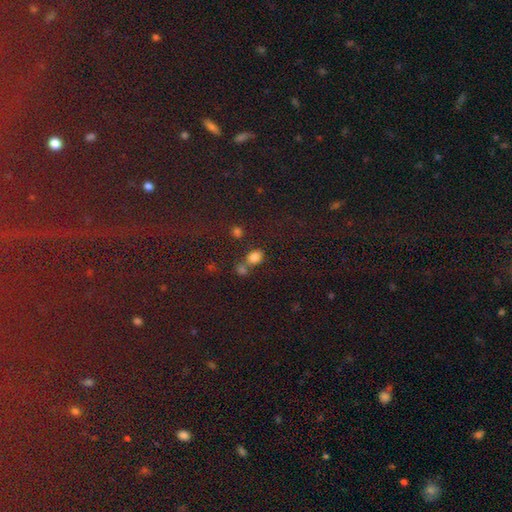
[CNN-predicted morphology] Q: Smooth or featured?
A: smooth (78%); runner-up: star or artifact (15%)
Q: How rounded?
A: in between (73%); runner-up: round (26%)
Q: Merging?
A: none (47%); runner-up: merger (36%)